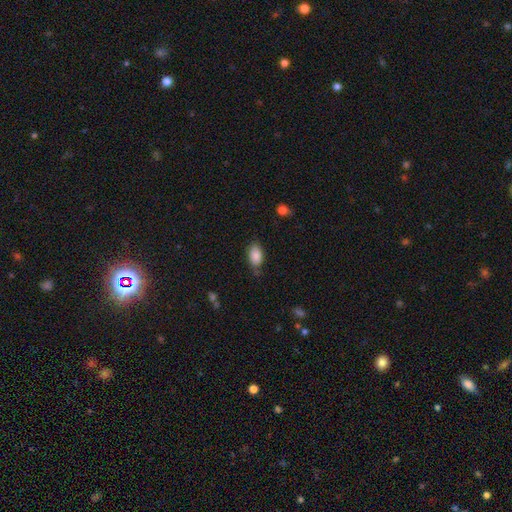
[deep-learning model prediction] The model was most divided on "merging": none: 71%, minor disturbance: 22%, major disturbance: 5%, merger: 3%. More confident: how rounded — in between (92%); smooth or featured — smooth (87%).